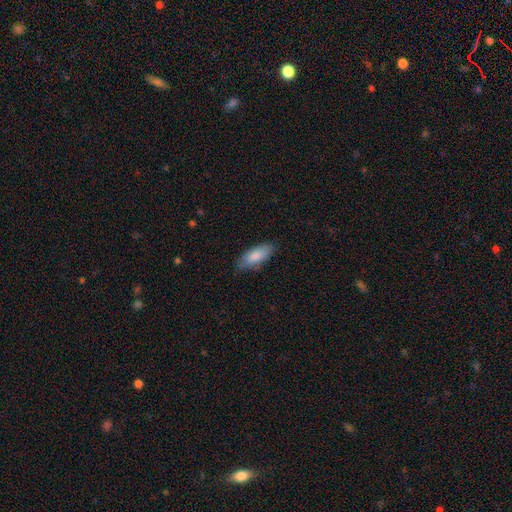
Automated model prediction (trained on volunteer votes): Overall: smooth (84%). How rounded: in between (80%). Merging: none (77%).